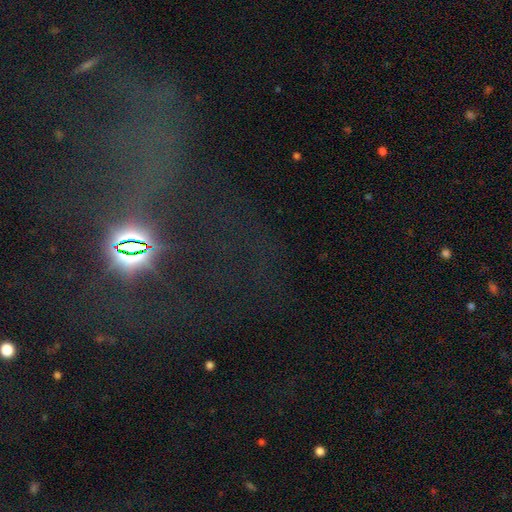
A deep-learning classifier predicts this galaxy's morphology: Smooth or featured? star or artifact (66%)